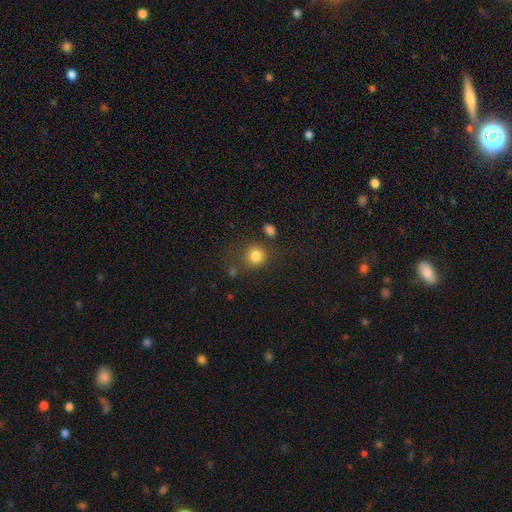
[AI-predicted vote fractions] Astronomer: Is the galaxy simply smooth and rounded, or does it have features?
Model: smooth — 83%.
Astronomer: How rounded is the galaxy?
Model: round — 87%.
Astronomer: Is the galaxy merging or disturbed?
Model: none — 74%.